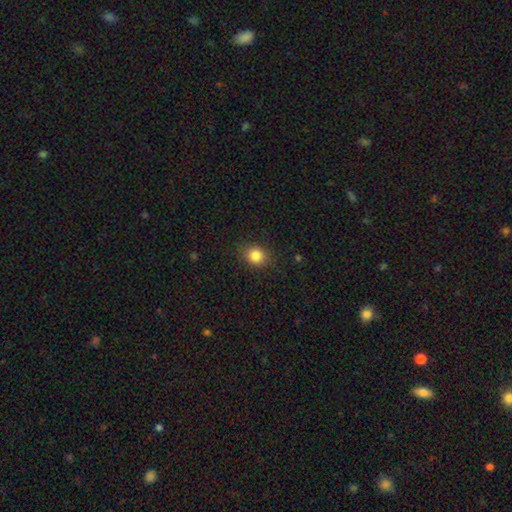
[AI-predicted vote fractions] A smooth galaxy with no disk features (84%) that is round (75%).

Vote fractions:
- Smooth or featured? smooth: 84% / star or artifact: 11% / featured or disk: 5%
- How rounded? round: 75% / in between: 24% / cigar-shaped: 1%
- Merging? none: 86% / minor disturbance: 10% / major disturbance: 3% / merger: 1%